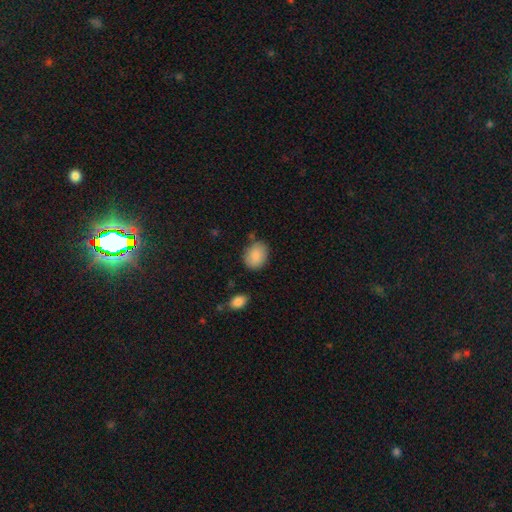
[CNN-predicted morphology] Q: Smooth or featured?
A: smooth (88%); runner-up: star or artifact (7%)
Q: How rounded?
A: in between (59%); runner-up: round (40%)
Q: Merging?
A: none (77%); runner-up: minor disturbance (15%)